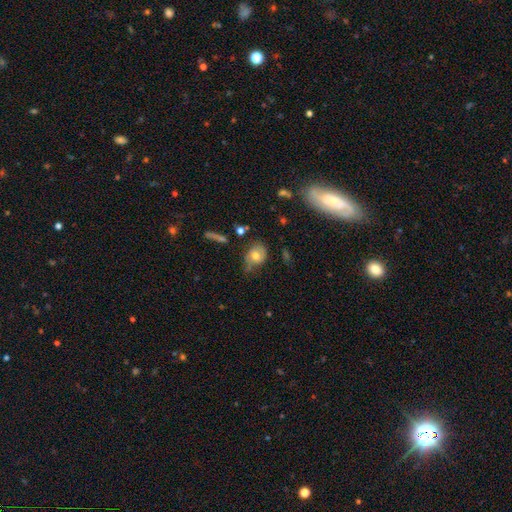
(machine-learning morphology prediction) A smooth galaxy with no disk features (65%) that is in between round and cigar-shaped (55%).

Vote fractions:
- Smooth or featured? smooth: 65% / featured or disk: 26% / star or artifact: 9%
- How rounded? in between: 55% / round: 44% / cigar-shaped: 2%
- Merging? none: 47% / minor disturbance: 35% / major disturbance: 14% / merger: 4%